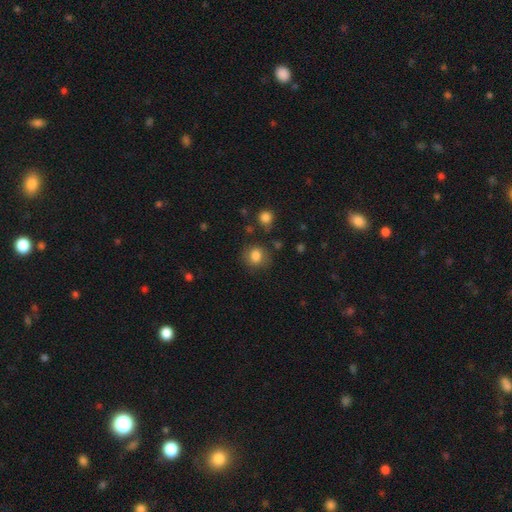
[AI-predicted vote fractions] A smooth galaxy with no disk features (82%) that is round (66%). Merging: none (74%).